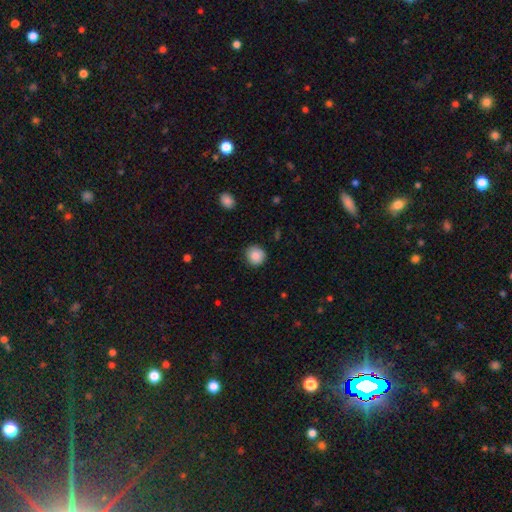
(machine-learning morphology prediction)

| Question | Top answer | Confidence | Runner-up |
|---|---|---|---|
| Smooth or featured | smooth | 87% | star or artifact (8%) |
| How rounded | round | 92% | in between (7%) |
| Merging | none | 89% | minor disturbance (8%) |